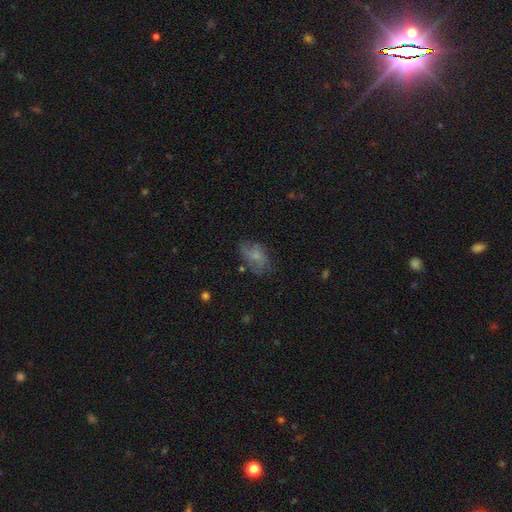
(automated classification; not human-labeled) Smooth or featured? smooth (49%)
Merging? none (49%)